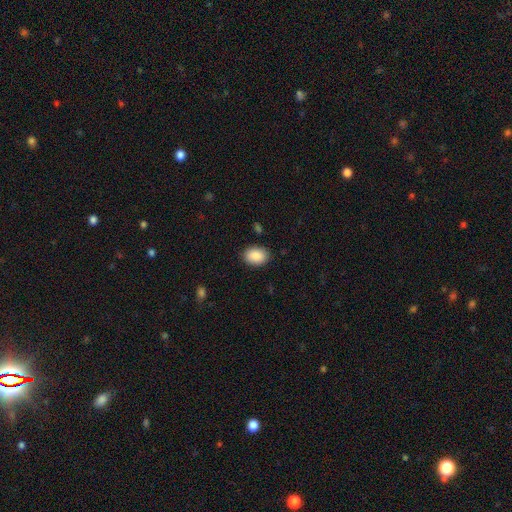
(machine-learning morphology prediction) Overall: smooth (89%). How rounded: in between (80%). Merging: none (87%).